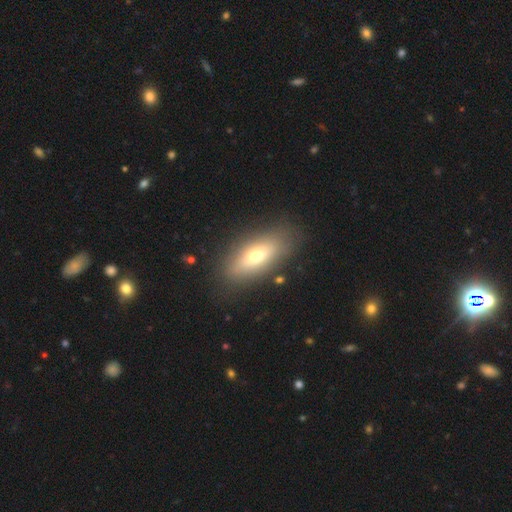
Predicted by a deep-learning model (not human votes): smooth 63%, featured or disk 29%, star or artifact 8%. Down the decision tree: how rounded — in between (74%); merging — none (83%).